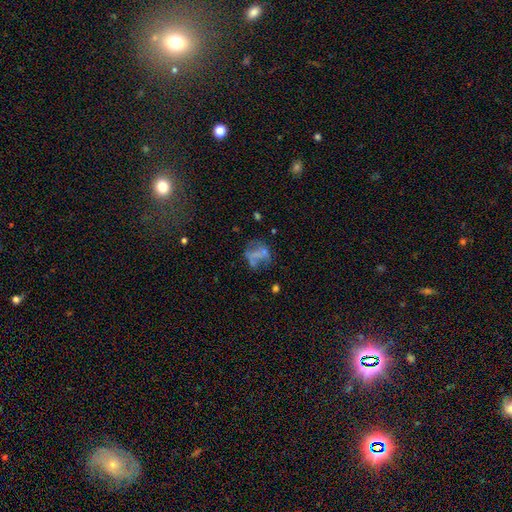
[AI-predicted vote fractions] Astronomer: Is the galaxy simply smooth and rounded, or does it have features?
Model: featured or disk — 45% (runner-up: smooth, 38%).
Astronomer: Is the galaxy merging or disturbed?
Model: none — 36% (runner-up: major disturbance, 34%).